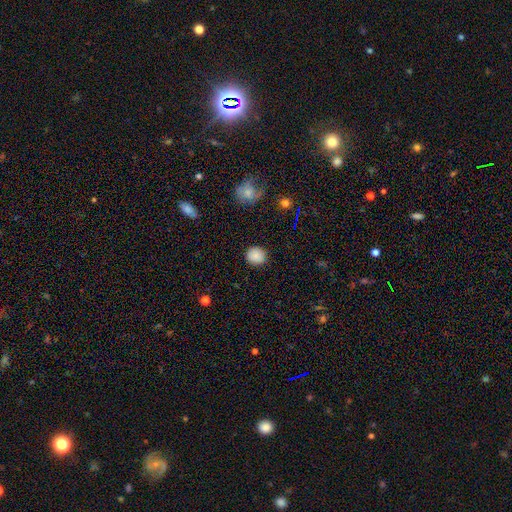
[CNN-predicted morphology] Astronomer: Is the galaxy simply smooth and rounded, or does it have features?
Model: smooth — 84%.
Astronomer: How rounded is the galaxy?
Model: round — 85%.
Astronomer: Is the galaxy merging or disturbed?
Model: none — 88%.